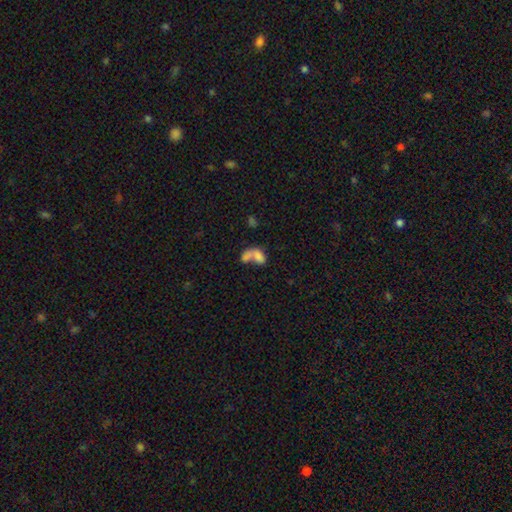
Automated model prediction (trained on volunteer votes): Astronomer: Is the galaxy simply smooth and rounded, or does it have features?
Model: smooth — 71%.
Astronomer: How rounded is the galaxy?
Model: in between — 85%.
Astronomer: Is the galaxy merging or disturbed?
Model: merger — 65%.